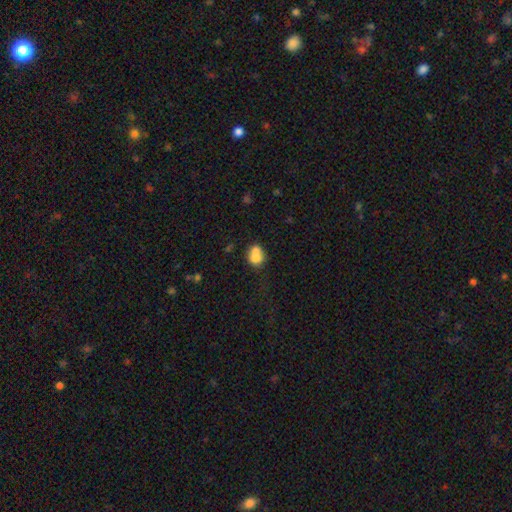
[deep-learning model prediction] This appears to be a smooth galaxy with no disk features (73%) that is round (51%). Merging: merger (53%).